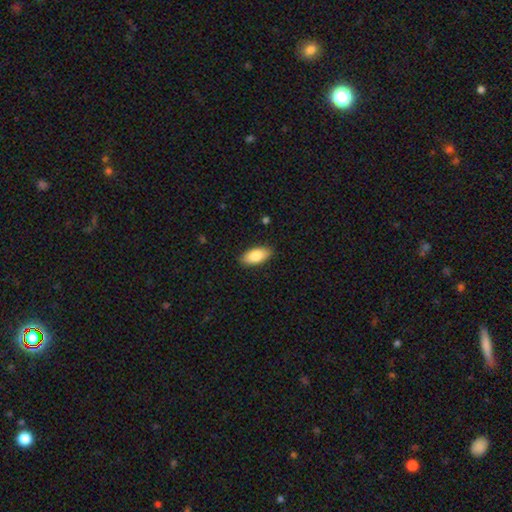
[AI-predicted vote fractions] This is clearly a smooth galaxy (84%). How rounded: clearly in between (90%). Merging: clearly none (87%).